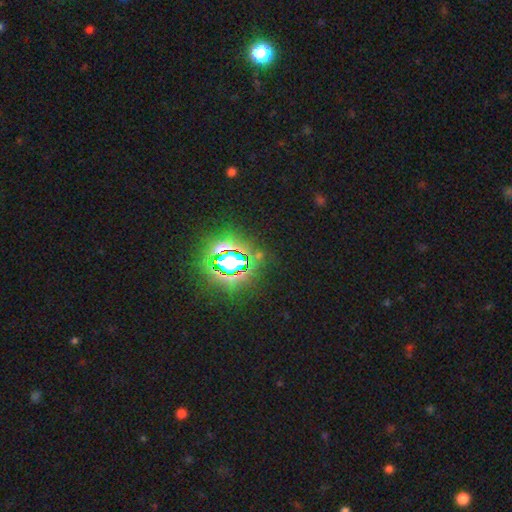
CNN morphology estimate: smooth-or-featured: star or artifact: 77% | smooth: 14% | featured or disk: 9%